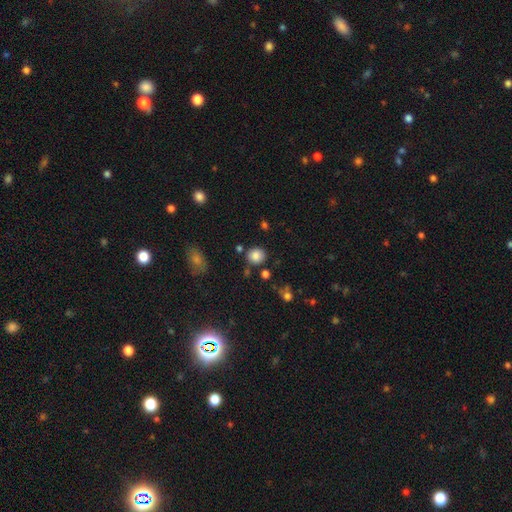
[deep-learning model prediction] Smooth or featured?
  - smooth: 84% *
  - star or artifact: 11%
  - featured or disk: 5%
How rounded?
  - round: 82% *
  - in between: 17%
  - cigar-shaped: 1%
Merging?
  - none: 80% *
  - minor disturbance: 10%
  - merger: 7%
  - major disturbance: 3%